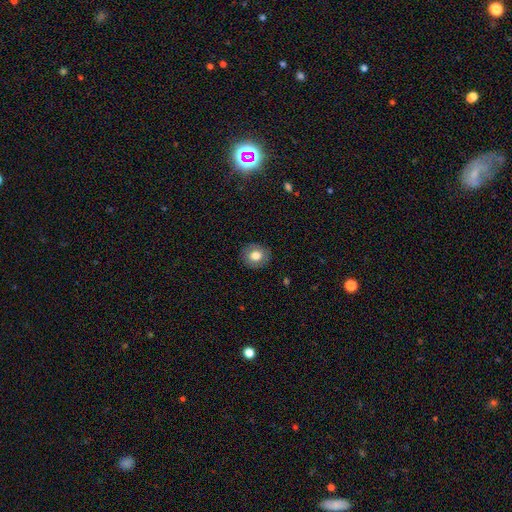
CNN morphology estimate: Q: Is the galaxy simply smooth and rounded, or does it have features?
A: smooth — 79%.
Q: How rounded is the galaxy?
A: round — 77%.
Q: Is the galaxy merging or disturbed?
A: none — 89%.